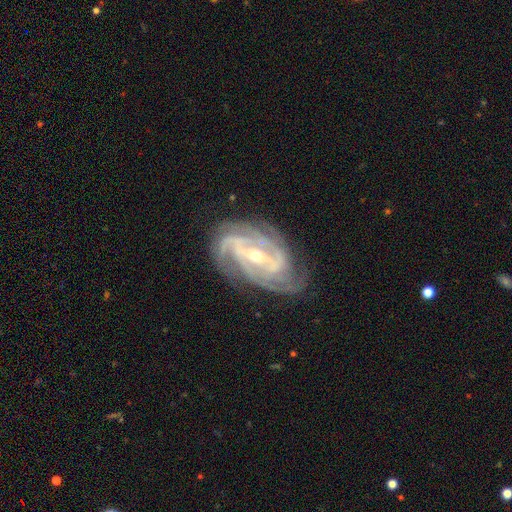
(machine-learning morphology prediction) A featured or disk galaxy (93%) with a strong bar (46%), 3 (33%) tight (62%) spiral arms (98%) and a small central bulge (57%). Merging: none (74%).